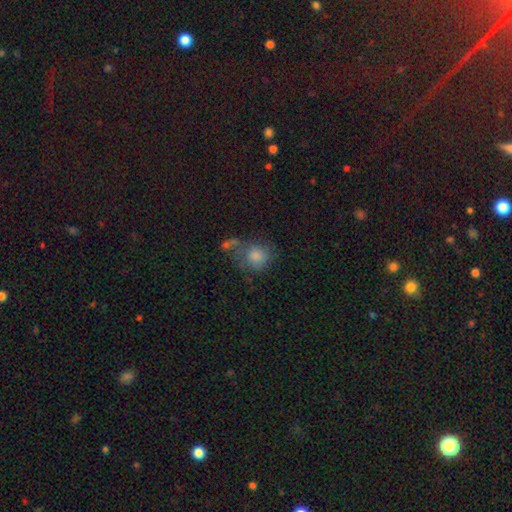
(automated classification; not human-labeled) smooth-or-featured: smooth: 70% | featured or disk: 17% | star or artifact: 13%
  how-rounded: round: 75% | in between: 24% | cigar-shaped: 1%
  merging: none: 43% | merger: 21% | minor disturbance: 20% | major disturbance: 16%